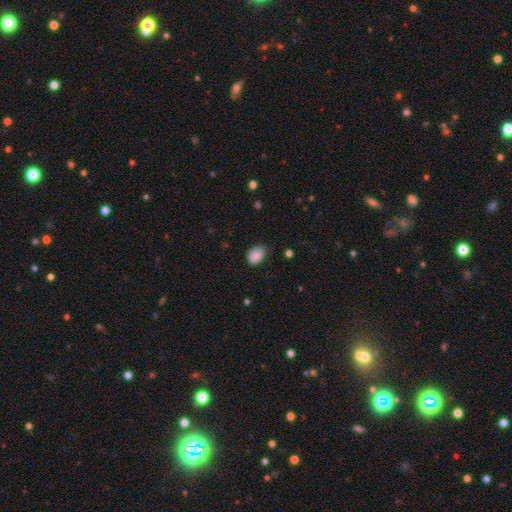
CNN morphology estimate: Q: Smooth or featured?
A: smooth (88%); runner-up: star or artifact (8%)
Q: How rounded?
A: in between (72%); runner-up: round (27%)
Q: Merging?
A: none (71%); runner-up: minor disturbance (24%)